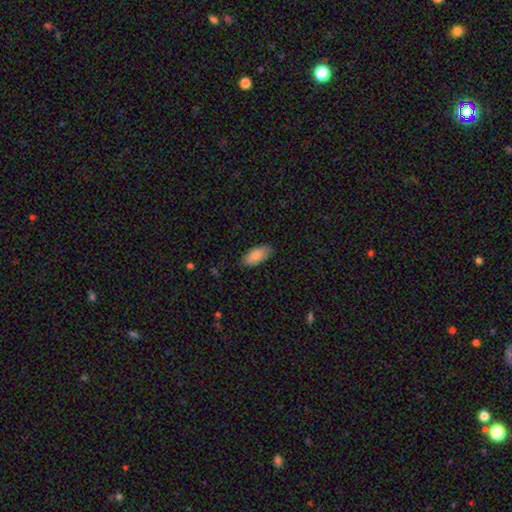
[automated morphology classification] Smooth or featured? Predicted: smooth (p=0.87). How rounded? Predicted: in between (p=0.91). Merging? Predicted: none (p=0.84).